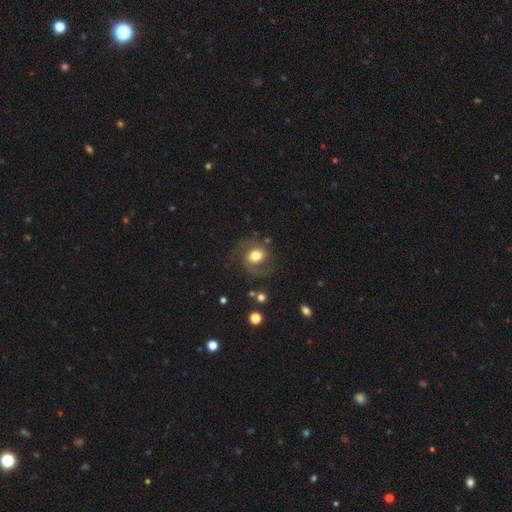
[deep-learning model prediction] This appears to be a featured or disk galaxy (58%) with no bar (67%), spiral arms (88%) and a moderate central bulge (52%). Merging: none (67%).